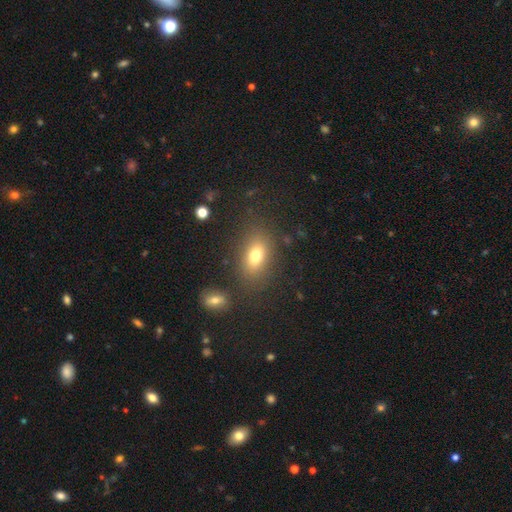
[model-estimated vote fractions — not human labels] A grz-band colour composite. It shows a smooth galaxy with no disk features (75%) that is in between round and cigar-shaped (79%). Merging: none (78%).